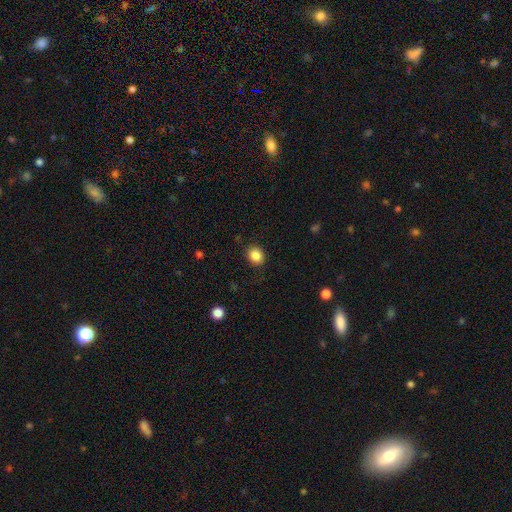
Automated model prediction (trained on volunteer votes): A smooth galaxy with no disk features (87%) that is round (71%). Merging: none (86%).